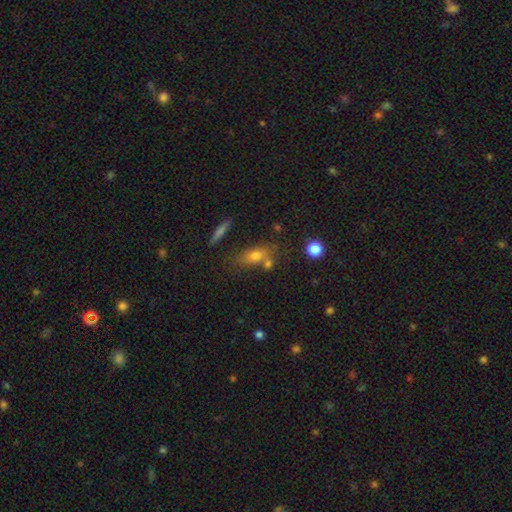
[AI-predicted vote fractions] Smooth or featured?
  - smooth: 66% *
  - featured or disk: 20%
  - star or artifact: 14%
How rounded?
  - in between: 66% *
  - cigar-shaped: 22%
  - round: 12%
Merging?
  - none: 58% *
  - merger: 20%
  - minor disturbance: 16%
  - major disturbance: 7%